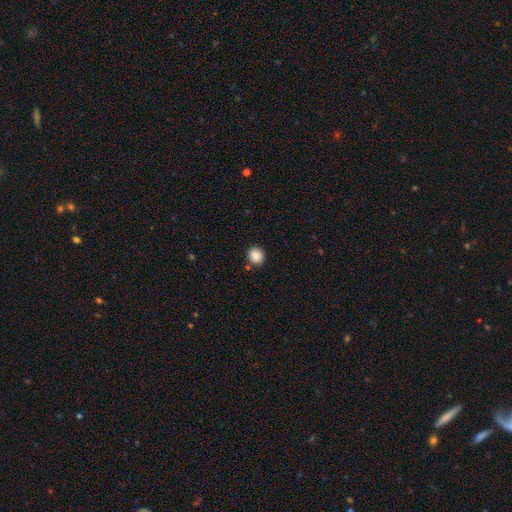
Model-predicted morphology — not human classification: This is clearly a smooth galaxy (88%). How rounded: clearly round (83%). Merging: clearly none (83%).